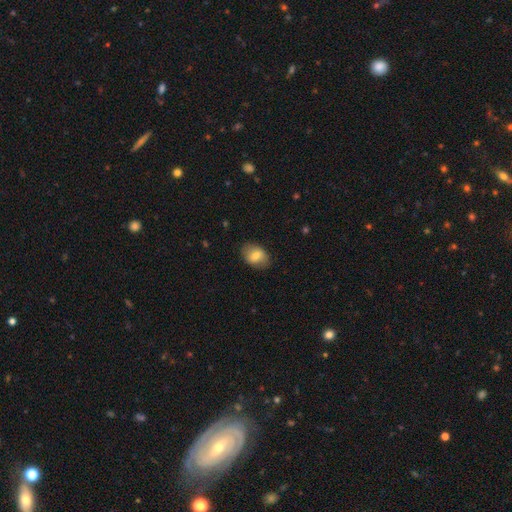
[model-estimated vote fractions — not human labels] A smooth galaxy with no disk features (71%) that is in between round and cigar-shaped (77%). Merging: none (81%).